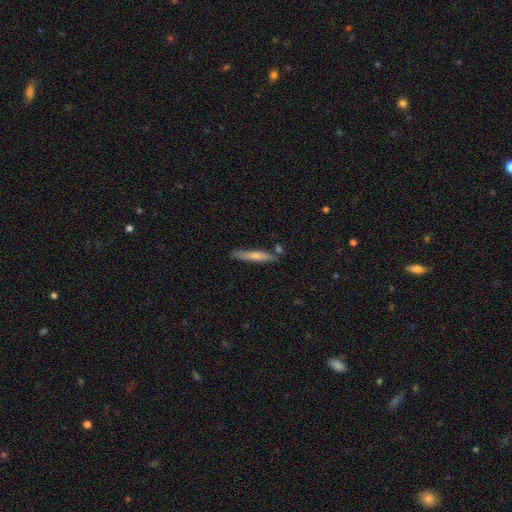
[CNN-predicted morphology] This appears to be a smooth galaxy with no disk features (65%) that is cigar-shaped (93%). Merging: none (78%).